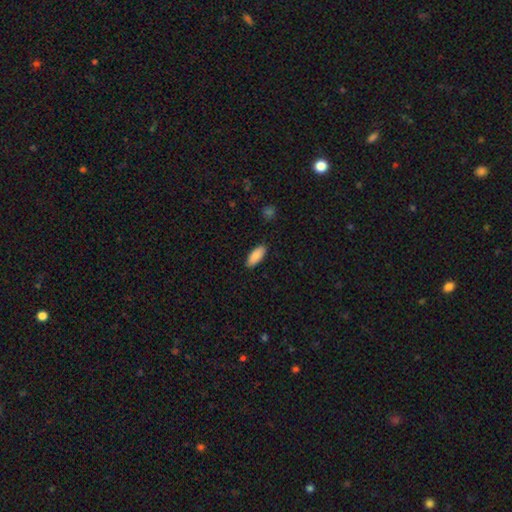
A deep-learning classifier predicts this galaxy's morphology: Smooth or featured? smooth (89%)
How rounded? in between (85%)
Merging? none (87%)